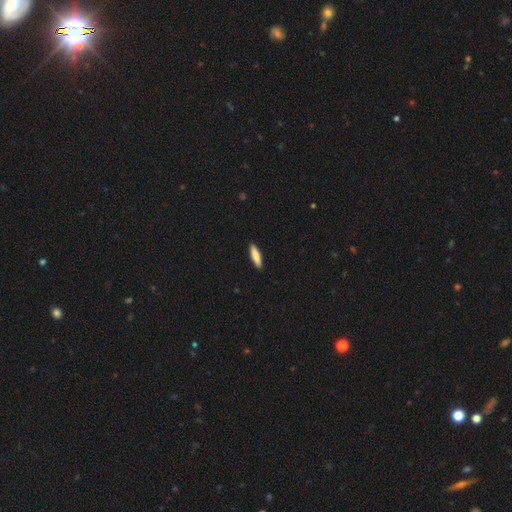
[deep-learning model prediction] smooth 82%, featured or disk 13%, star or artifact 6%. Down the decision tree: how rounded — cigar-shaped (73%); merging — none (91%).